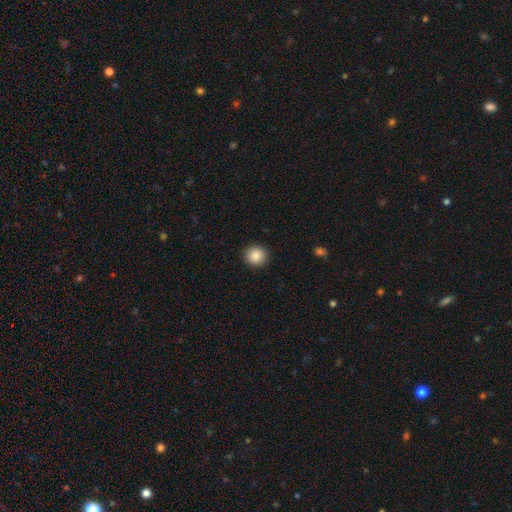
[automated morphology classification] This appears to be a smooth galaxy with no disk features (87%) that is round (92%). Merging: none (92%).